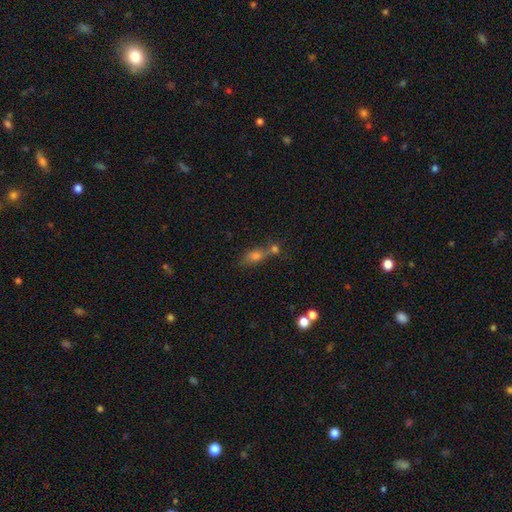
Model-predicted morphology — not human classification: Smooth or featured? smooth (65%)
How rounded? in between (65%)
Merging? merger (41%, tied with none)